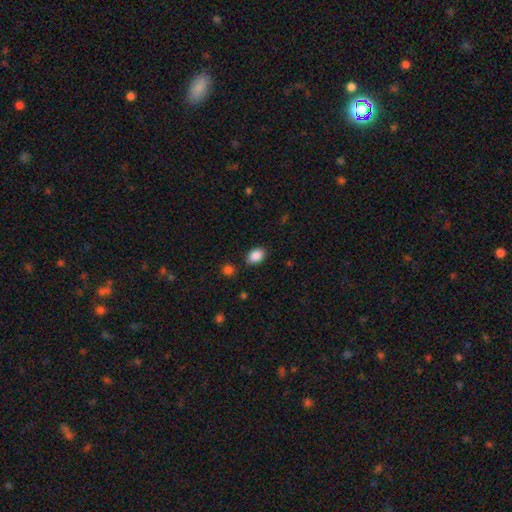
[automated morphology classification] Smooth or featured: smooth — 88% (star or artifact — 8%)
How rounded: in between — 79% (round — 19%)
Merging: none — 83% (minor disturbance — 12%)